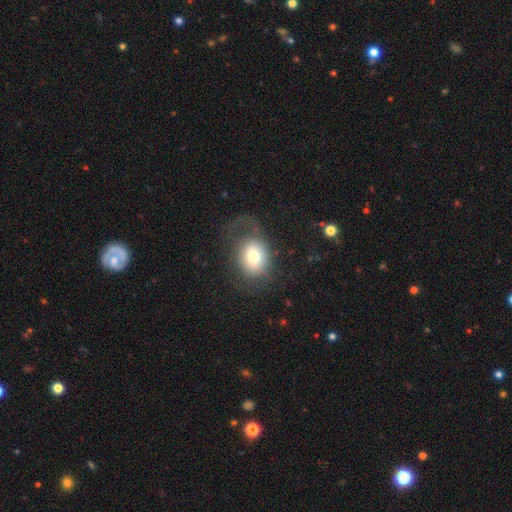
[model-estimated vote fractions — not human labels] smooth 68%, featured or disk 23%, star or artifact 9%. Down the decision tree: how rounded — round (52%); merging — none (46%).